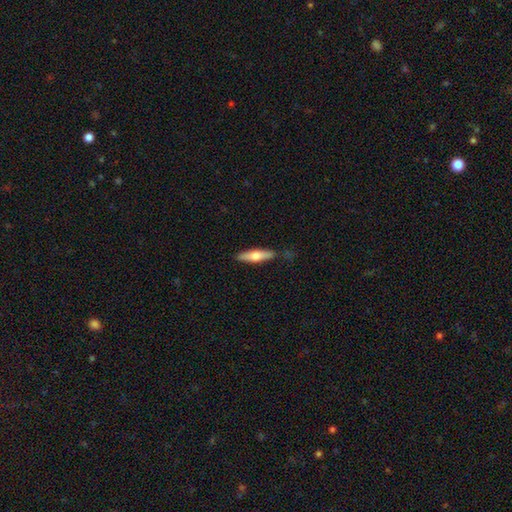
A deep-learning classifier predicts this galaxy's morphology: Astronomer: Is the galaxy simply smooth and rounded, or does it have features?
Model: smooth — 59% (runner-up: featured or disk, 36%).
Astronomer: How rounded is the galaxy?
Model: cigar-shaped — 71%.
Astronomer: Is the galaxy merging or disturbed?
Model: none — 82%.